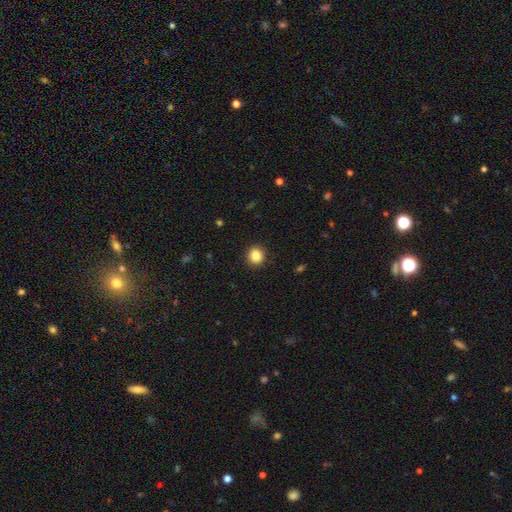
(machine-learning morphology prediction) This is clearly a smooth galaxy (85%). How rounded: clearly round (83%). Merging: clearly none (91%).